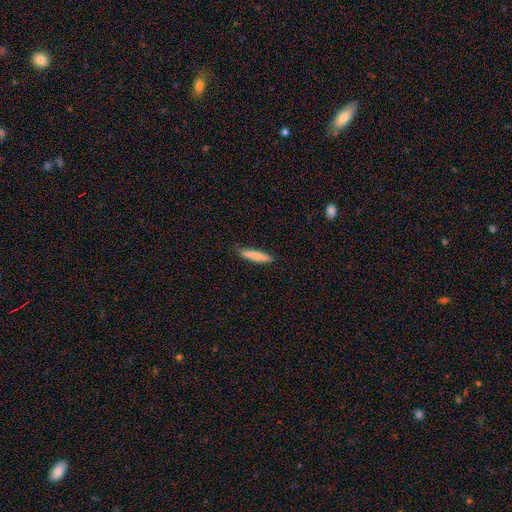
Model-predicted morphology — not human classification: The model was most divided on "smooth or featured": smooth: 79%, featured or disk: 15%, star or artifact: 6%. More confident: how rounded — cigar-shaped (88%); merging — none (81%).